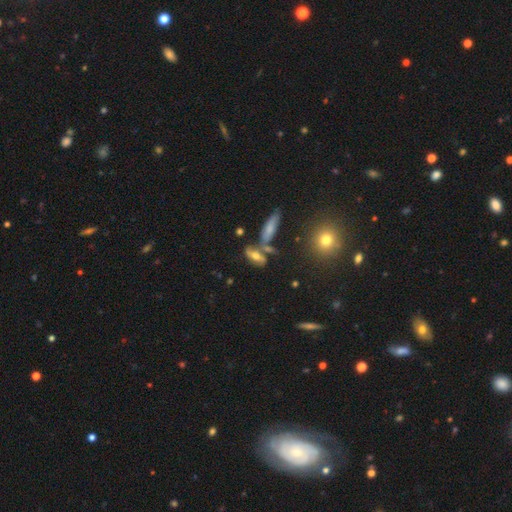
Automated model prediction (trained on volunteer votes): A smooth galaxy with no disk features (48%).

Vote fractions:
- Smooth or featured? smooth: 48% / featured or disk: 39% / star or artifact: 13%
- Merging? none: 51% / merger: 26% / minor disturbance: 16% / major disturbance: 8%